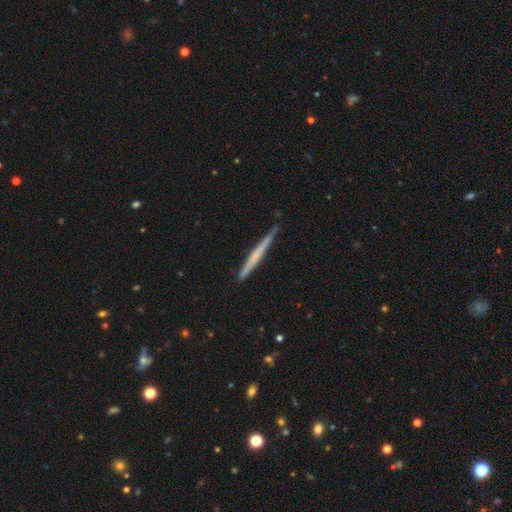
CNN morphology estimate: smooth_or_featured: featured or disk (p=0.51) [alt: smooth p=0.43]
disk_edge_on: yes (p=0.98) [alt: no p=0.02]
edge_on_bulge: none (p=0.73) [alt: rounded p=0.19]
merging: none (p=0.86) [alt: minor disturbance p=0.11]